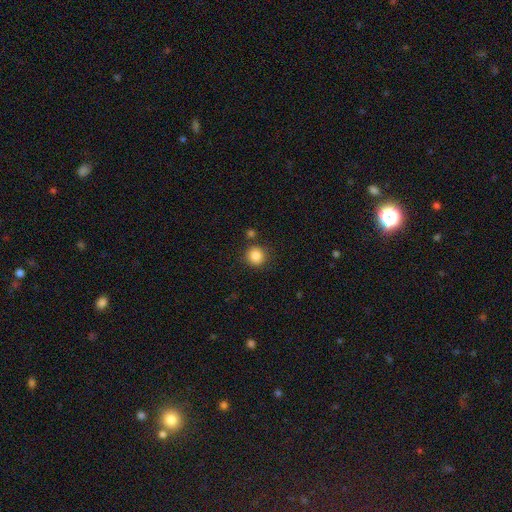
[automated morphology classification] Smooth or featured: smooth — 86% (star or artifact — 10%)
How rounded: round — 92% (in between — 7%)
Merging: none — 83% (minor disturbance — 8%)